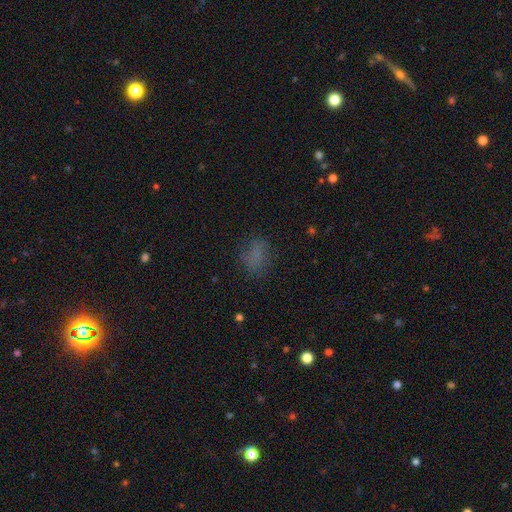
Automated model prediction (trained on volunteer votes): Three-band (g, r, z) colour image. It shows a smooth galaxy with no disk features (72%) that is in between round and cigar-shaped (69%). Merging: none (71%).